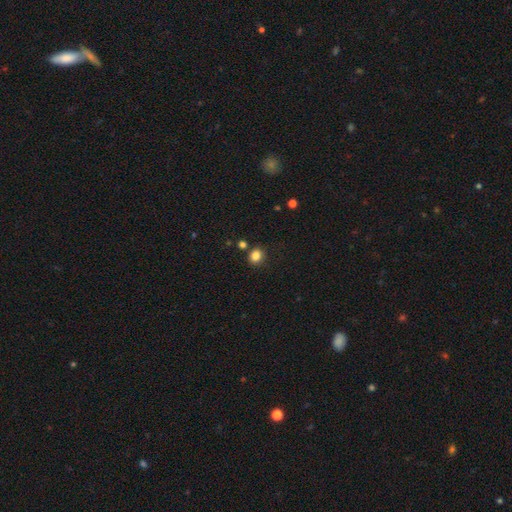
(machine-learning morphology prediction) smooth_or_featured: smooth (p=0.84) [alt: star or artifact p=0.12]
how_rounded: round (p=0.76) [alt: in between p=0.23]
merging: none (p=0.84) [alt: minor disturbance p=0.09]